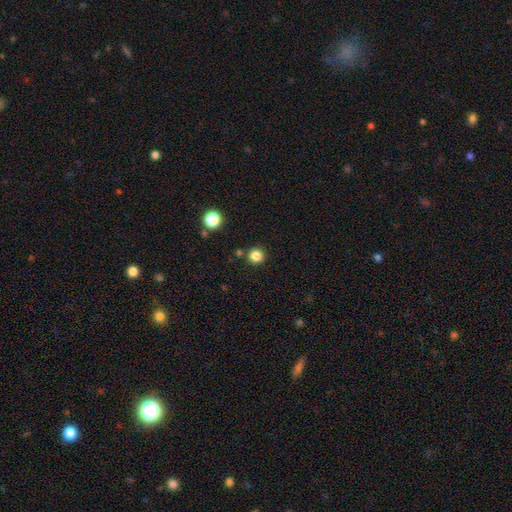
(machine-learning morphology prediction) This is clearly a smooth galaxy (84%). How rounded: clearly round (94%). Merging: clearly none (86%).